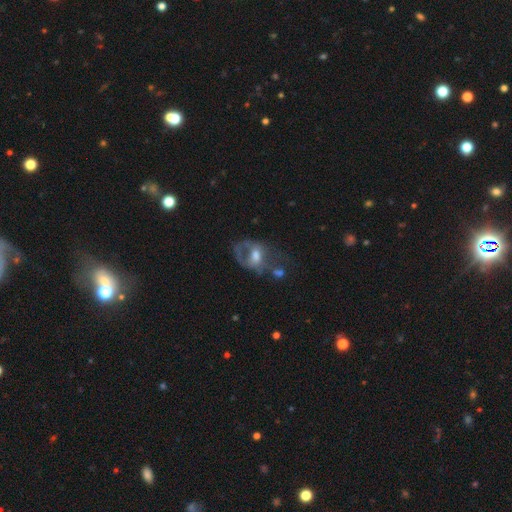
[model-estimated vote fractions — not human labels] A featured or disk galaxy (54%) with no bar (67%), no spiral arms (65%) and a moderate central bulge (59%). Merging: major disturbance (45%).